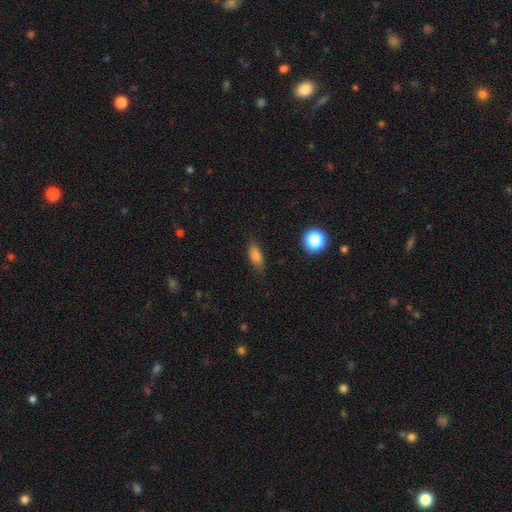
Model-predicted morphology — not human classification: The model was most divided on "merging": none: 72%, minor disturbance: 21%, major disturbance: 5%, merger: 2%. More confident: smooth or featured — smooth (78%); how rounded — in between (75%).